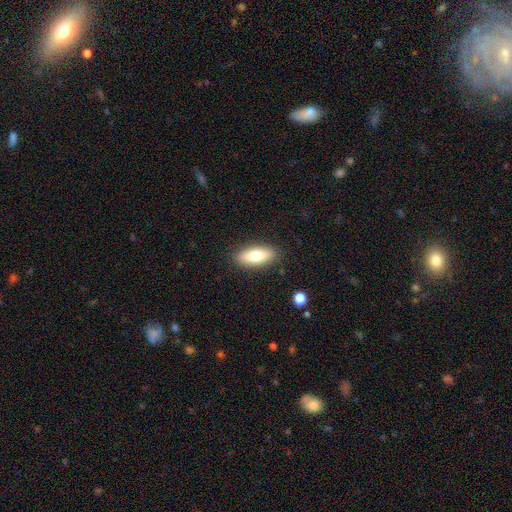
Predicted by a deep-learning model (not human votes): smooth 74%, featured or disk 19%, star or artifact 7%. Down the decision tree: how rounded — in between (74%); merging — none (87%).